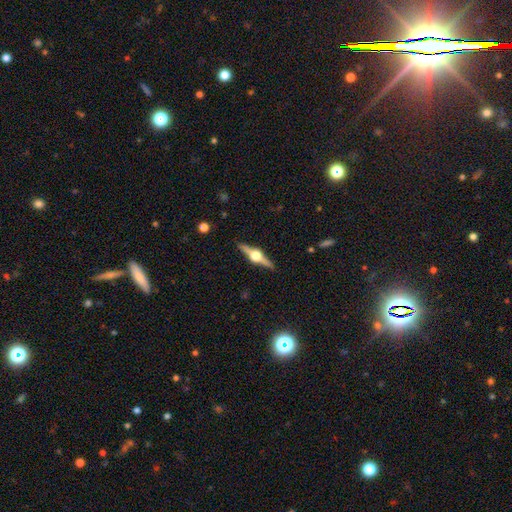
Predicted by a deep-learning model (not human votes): Overall: featured or disk (83%). Edge-on disk: yes (98%). Edge-on bulge: rounded (96%). Merging: none (91%).